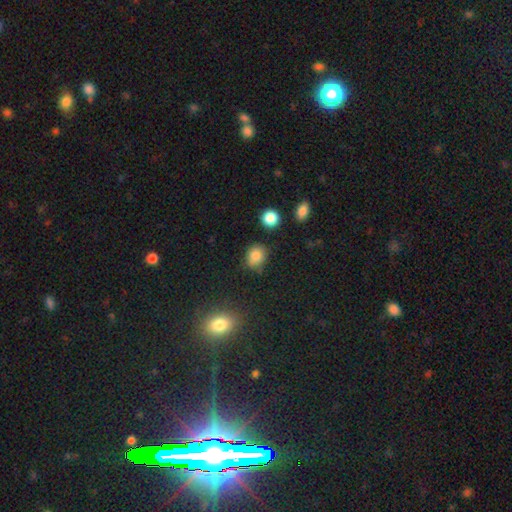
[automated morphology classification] A smooth galaxy with no disk features (82%) that is round (57%). Merging: none (70%).